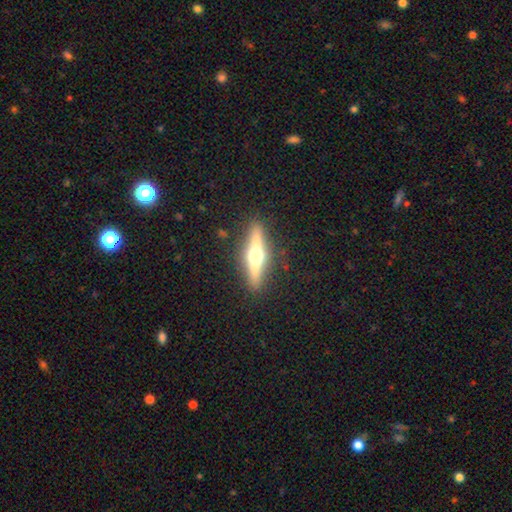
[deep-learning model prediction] The model was most divided on "smooth or featured": featured or disk: 71%, smooth: 22%, star or artifact: 7%. More confident: edge-on disk — yes (96%); edge-on bulge — rounded (96%); merging — none (89%).